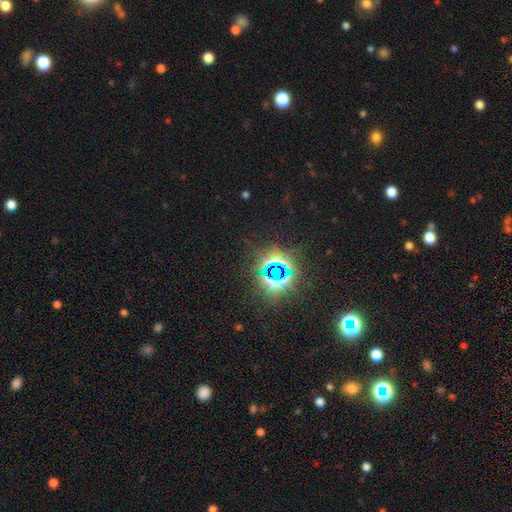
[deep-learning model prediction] This appears to be a star or artifact, not a galaxy (80%).